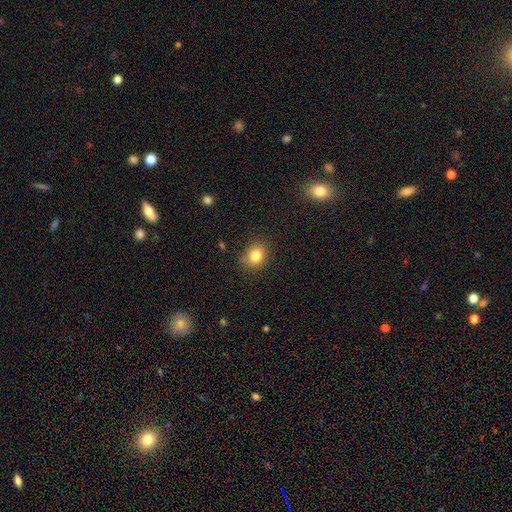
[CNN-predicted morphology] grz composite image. It shows a smooth galaxy with no disk features (82%) that is round (56%). Merging: none (80%).